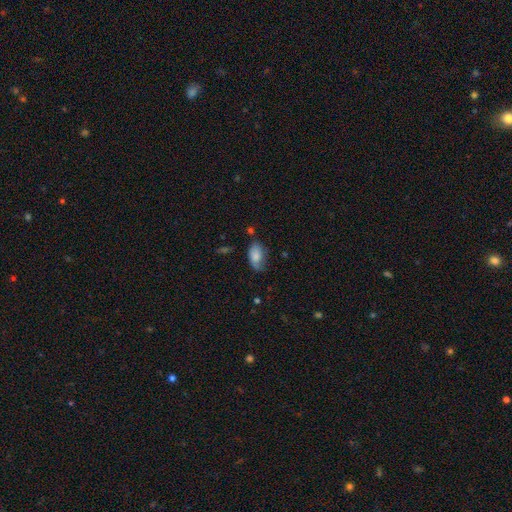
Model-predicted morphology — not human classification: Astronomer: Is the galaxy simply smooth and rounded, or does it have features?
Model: smooth — 80%.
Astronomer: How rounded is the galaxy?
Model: in between — 92%.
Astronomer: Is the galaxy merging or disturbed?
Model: none — 54% (runner-up: minor disturbance, 33%).